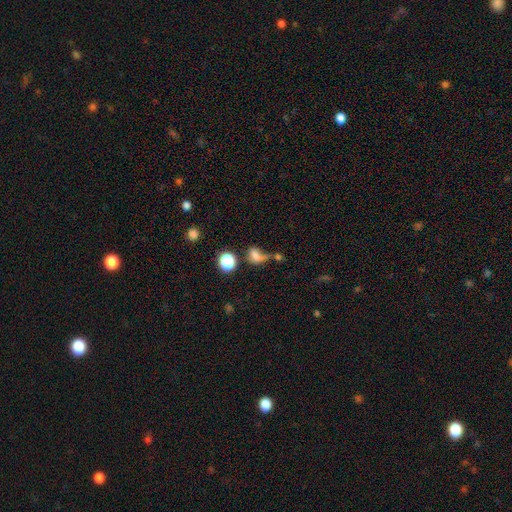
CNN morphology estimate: A smooth galaxy with no disk features (65%) that is in between round and cigar-shaped (51%). Merging: merger (29%, tied with none).